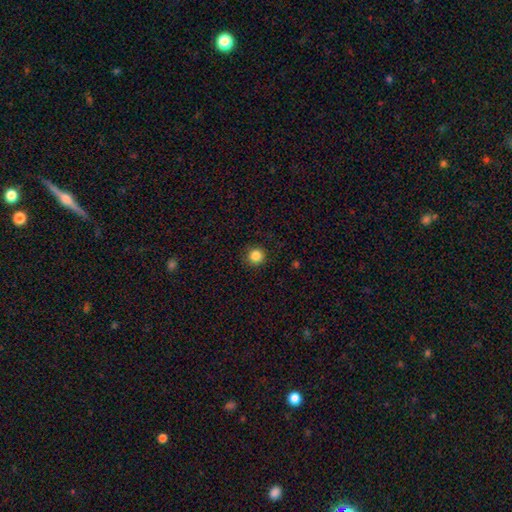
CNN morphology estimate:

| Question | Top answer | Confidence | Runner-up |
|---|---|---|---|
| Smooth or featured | smooth | 85% | star or artifact (11%) |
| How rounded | round | 95% | in between (4%) |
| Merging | none | 91% | minor disturbance (6%) |